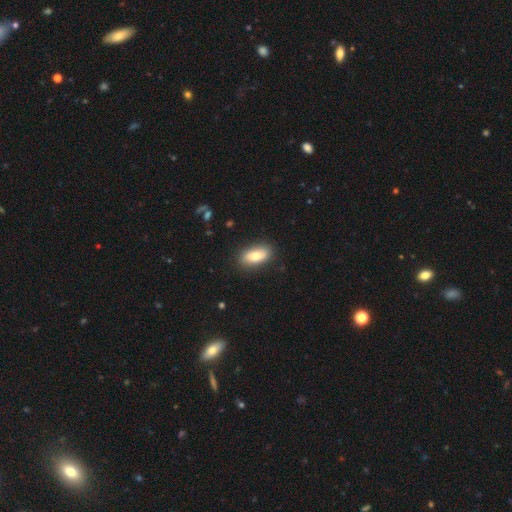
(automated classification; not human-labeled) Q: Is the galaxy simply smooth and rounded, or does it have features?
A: smooth — 74%.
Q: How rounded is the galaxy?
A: in between — 86%.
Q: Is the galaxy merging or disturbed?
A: none — 86%.